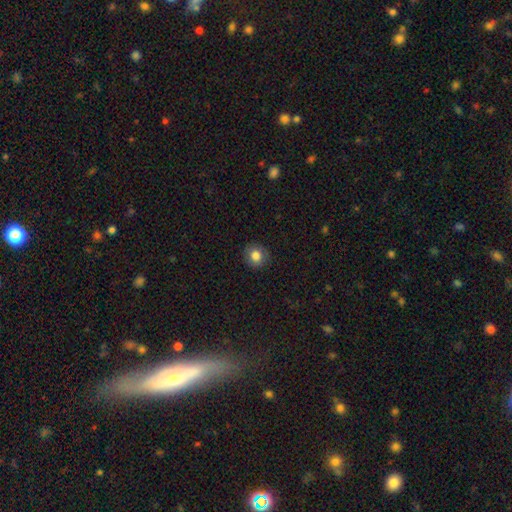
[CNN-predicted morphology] A smooth galaxy with no disk features (83%) that is round (84%). Merging: none (89%).